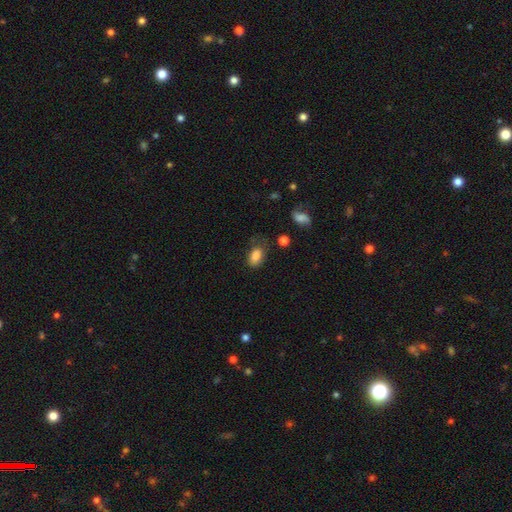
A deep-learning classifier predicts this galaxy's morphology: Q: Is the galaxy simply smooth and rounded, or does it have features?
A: smooth — 84%.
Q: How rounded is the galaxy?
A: in between — 88%.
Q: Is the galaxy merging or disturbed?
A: none — 54%.